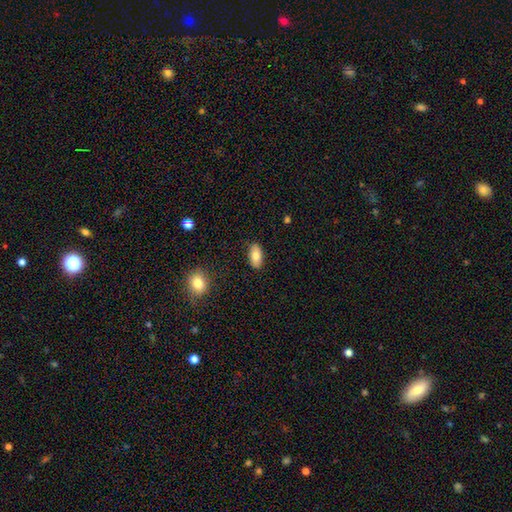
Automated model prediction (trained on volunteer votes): This appears to be a smooth galaxy with no disk features (79%) that is in between round and cigar-shaped (91%). Merging: none (87%).